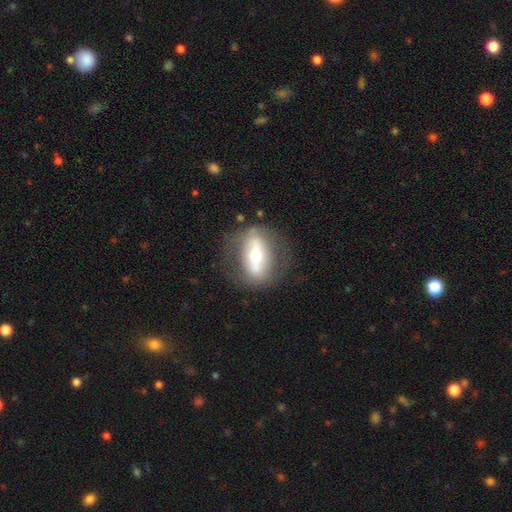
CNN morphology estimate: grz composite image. It shows a featured or disk galaxy (60%). Merging: none (71%).